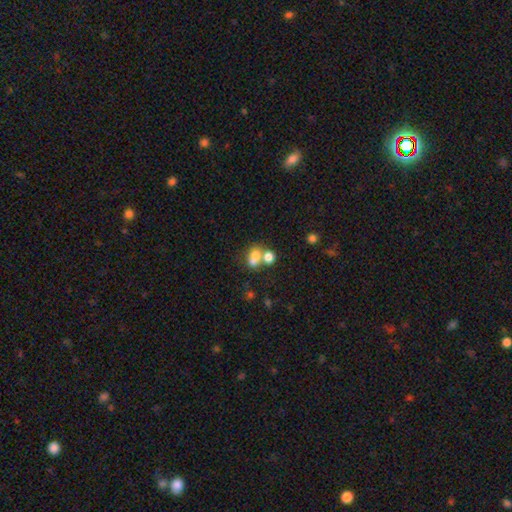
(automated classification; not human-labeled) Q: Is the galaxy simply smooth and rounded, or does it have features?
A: smooth — 70%.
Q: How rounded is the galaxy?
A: in between — 56%.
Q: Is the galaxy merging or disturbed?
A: merger — 55%.